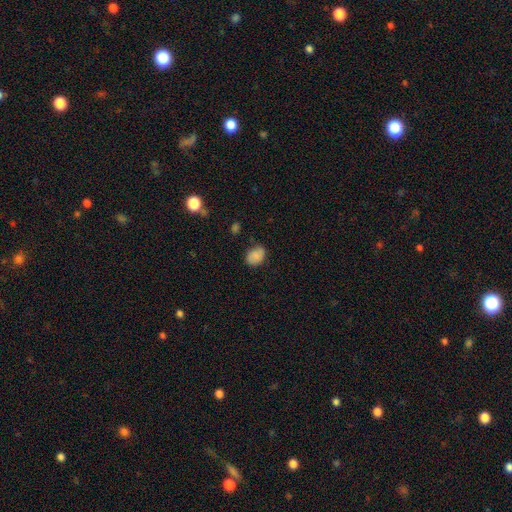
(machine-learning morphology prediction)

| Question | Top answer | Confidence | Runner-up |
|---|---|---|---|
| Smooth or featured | smooth | 83% | star or artifact (9%) |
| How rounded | in between | 67% | round (32%) |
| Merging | none | 71% | minor disturbance (22%) |